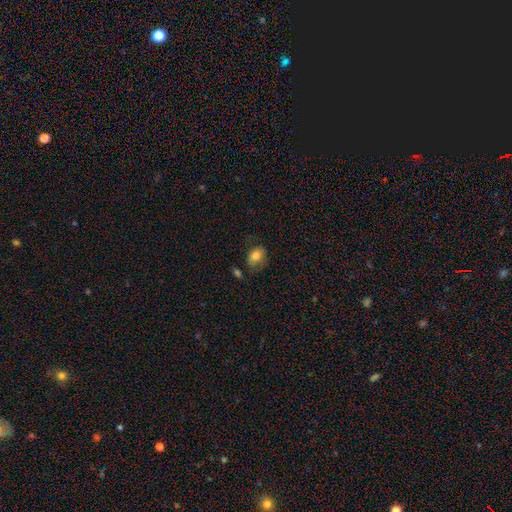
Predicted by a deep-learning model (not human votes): smooth_or_featured: smooth (p=0.79) [alt: featured or disk p=0.12]
how_rounded: in between (p=0.63) [alt: round p=0.36]
merging: none (p=0.56) [alt: minor disturbance p=0.27]